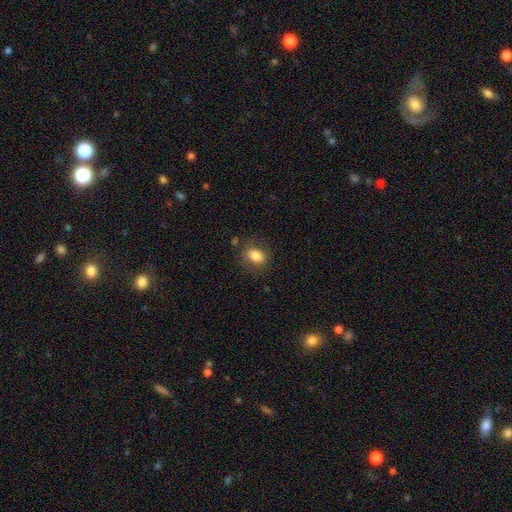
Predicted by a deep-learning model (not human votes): Smooth or featured?
  - smooth: 79% *
  - featured or disk: 12%
  - star or artifact: 8%
How rounded?
  - in between: 70% *
  - round: 28%
  - cigar-shaped: 2%
Merging?
  - none: 77% *
  - minor disturbance: 15%
  - major disturbance: 6%
  - merger: 2%